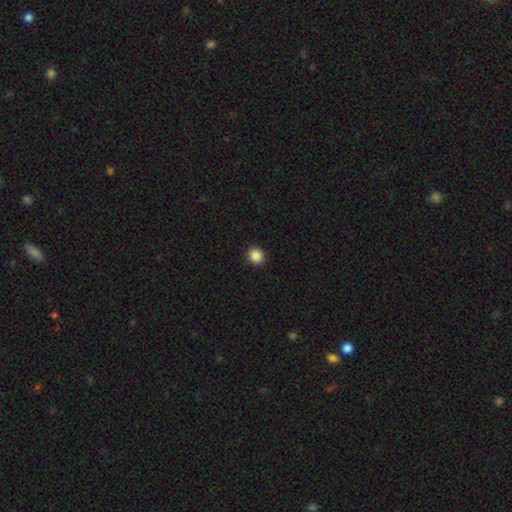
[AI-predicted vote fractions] smooth-or-featured: smooth: 87% | star or artifact: 10% | featured or disk: 3%
  how-rounded: round: 77% | in between: 22% | cigar-shaped: 1%
  merging: none: 92% | minor disturbance: 5% | major disturbance: 2% | merger: 1%